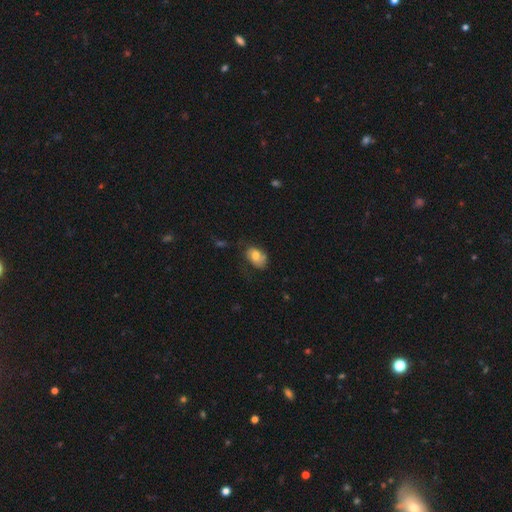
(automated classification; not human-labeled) Q: Smooth or featured?
A: smooth (69%); runner-up: featured or disk (23%)
Q: How rounded?
A: in between (81%); runner-up: round (18%)
Q: Merging?
A: none (46%); runner-up: minor disturbance (33%)